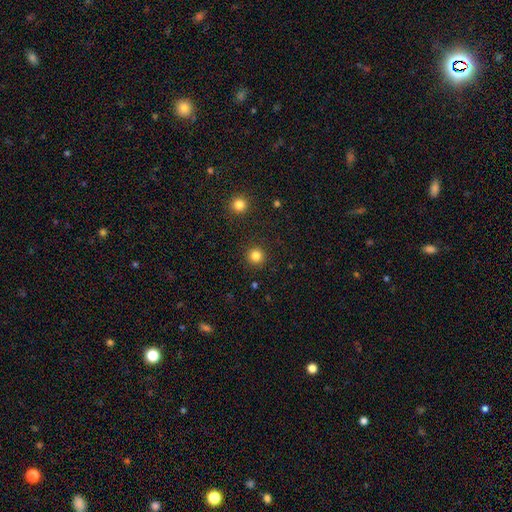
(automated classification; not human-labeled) smooth_or_featured: smooth (p=0.82) [alt: star or artifact p=0.13]
how_rounded: round (p=0.95) [alt: in between p=0.04]
merging: none (p=0.91) [alt: minor disturbance p=0.05]